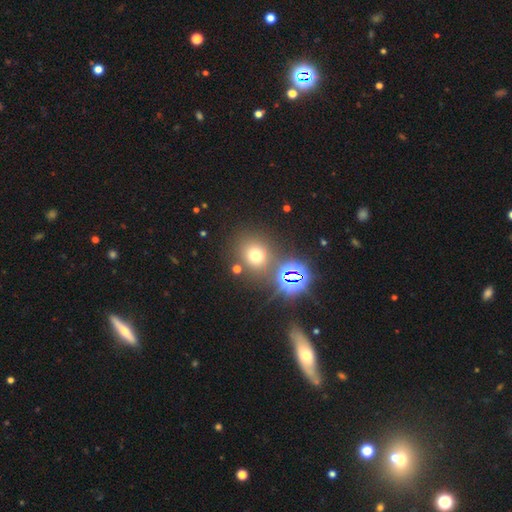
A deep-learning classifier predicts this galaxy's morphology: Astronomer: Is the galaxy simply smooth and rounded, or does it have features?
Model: smooth — 59%.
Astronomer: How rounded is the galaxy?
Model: round — 82%.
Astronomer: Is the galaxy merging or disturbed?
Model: none — 77%.